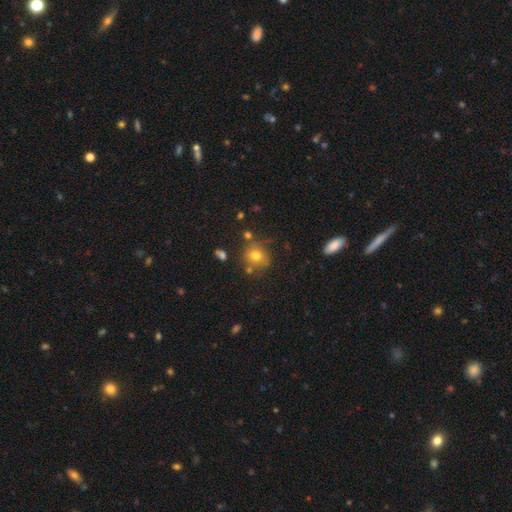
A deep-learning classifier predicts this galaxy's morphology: Smooth or featured? Predicted: smooth (p=0.72). How rounded? Predicted: round (p=0.80). Merging? Predicted: none (p=0.67).